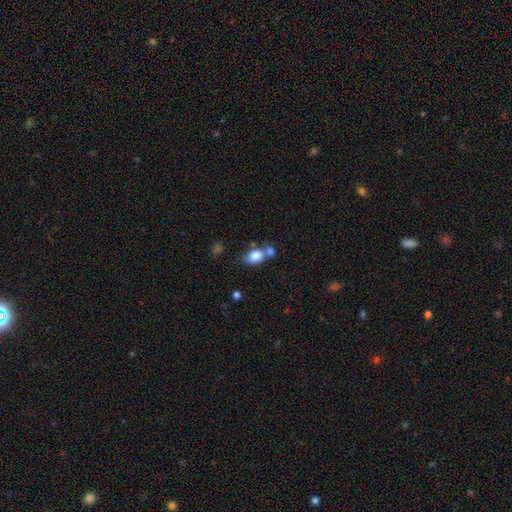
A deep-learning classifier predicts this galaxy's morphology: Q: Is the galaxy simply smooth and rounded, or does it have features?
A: smooth — 82%.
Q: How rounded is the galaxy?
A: in between — 72%.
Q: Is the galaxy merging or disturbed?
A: none — 40%.